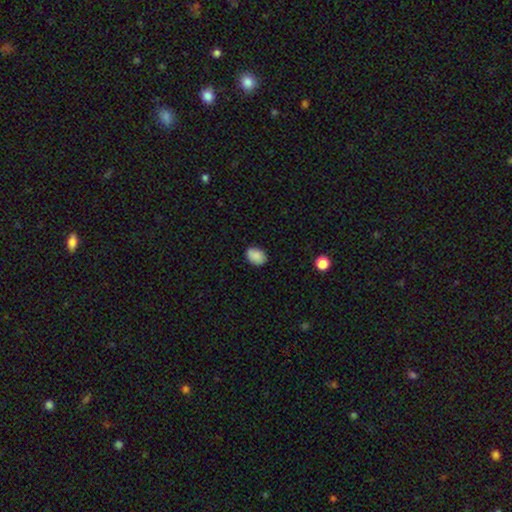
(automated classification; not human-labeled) This is clearly a smooth galaxy (88%). How rounded: likely in between (78%). Merging: clearly none (85%).